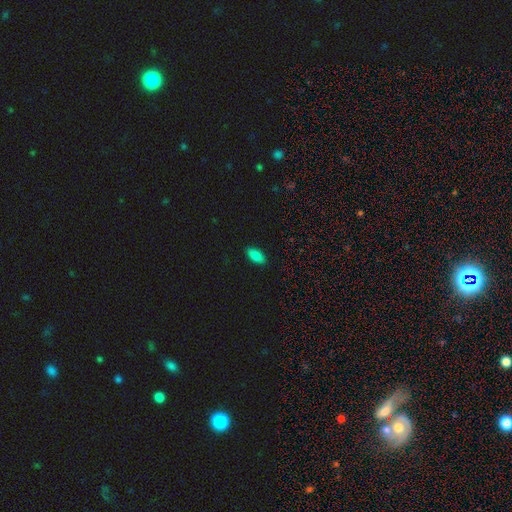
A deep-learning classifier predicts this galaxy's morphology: smooth-or-featured: smooth: 85% | star or artifact: 9% | featured or disk: 6%
  how-rounded: in between: 91% | cigar-shaped: 6% | round: 3%
  merging: none: 89% | minor disturbance: 8% | major disturbance: 2% | merger: 1%